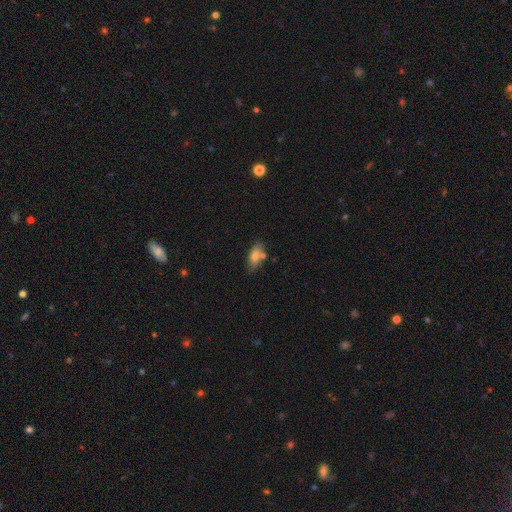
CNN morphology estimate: A smooth galaxy with no disk features (76%) that is in between round and cigar-shaped (80%).

Vote fractions:
- Smooth or featured? smooth: 76% / featured or disk: 15% / star or artifact: 8%
- How rounded? in between: 80% / cigar-shaped: 16% / round: 4%
- Merging? none: 68% / minor disturbance: 16% / merger: 12% / major disturbance: 4%